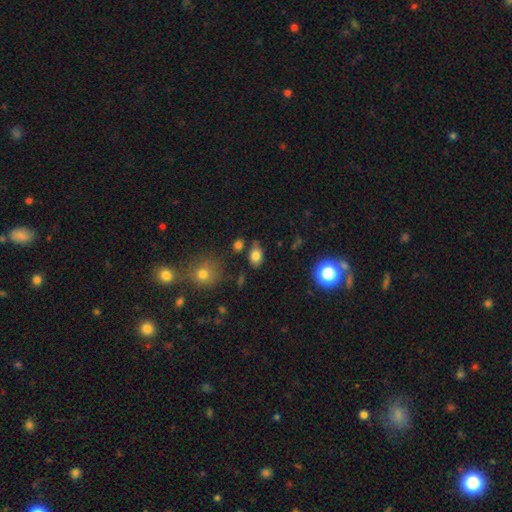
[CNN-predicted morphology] The model was most divided on "merging": none: 69%, minor disturbance: 19%, merger: 7%, major disturbance: 5%. More confident: how rounded — in between (83%); smooth or featured — smooth (79%).